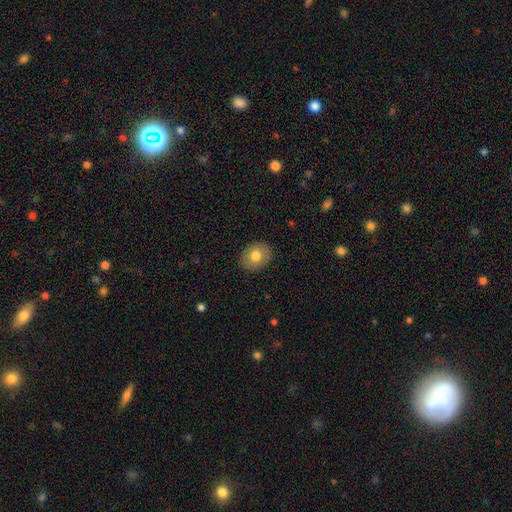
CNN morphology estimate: smooth 75%, featured or disk 17%, star or artifact 7%. Down the decision tree: how rounded — in between (56%); merging — none (87%).